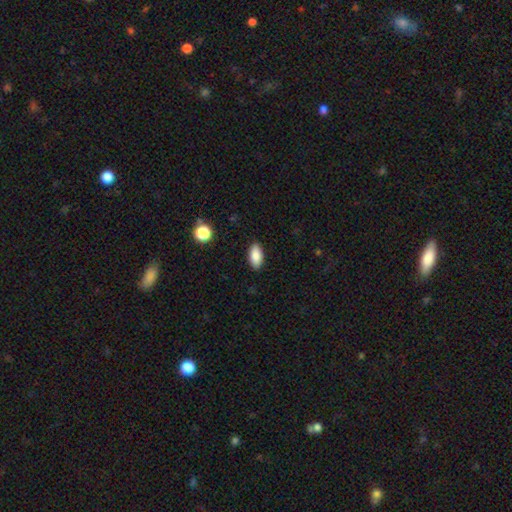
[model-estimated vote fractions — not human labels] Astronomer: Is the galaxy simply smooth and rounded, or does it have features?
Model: smooth — 86%.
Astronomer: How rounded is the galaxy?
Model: in between — 91%.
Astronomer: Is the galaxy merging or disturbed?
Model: none — 89%.